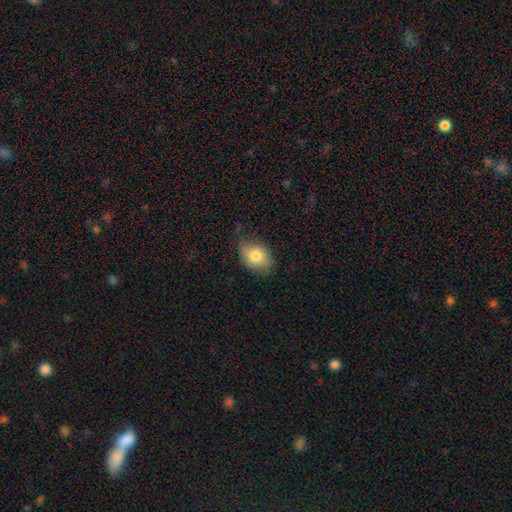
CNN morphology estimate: type=smooth (79%); roundness=in between (80%); merging=none (69%).